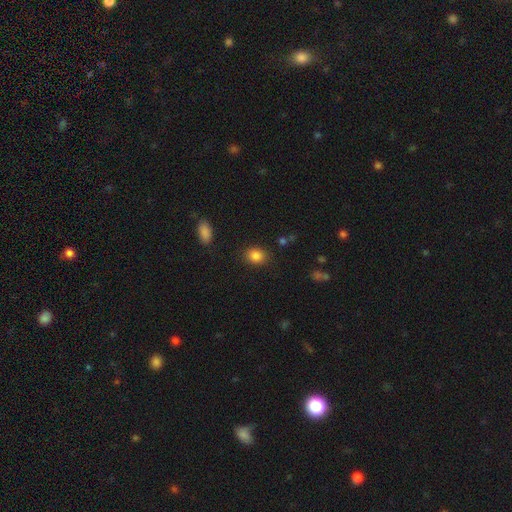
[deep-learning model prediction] The model was most divided on "how rounded": in between: 50%, round: 49%, cigar-shaped: 1%. More confident: merging — none (86%); smooth or featured — smooth (86%).